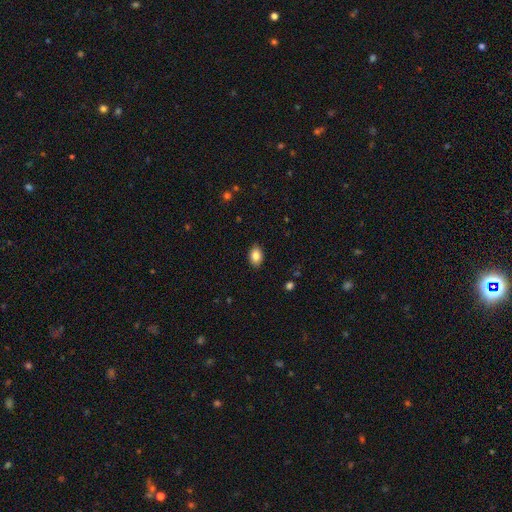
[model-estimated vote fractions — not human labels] A smooth galaxy with no disk features (86%) that is in between round and cigar-shaped (83%).

Vote fractions:
- Smooth or featured? smooth: 86% / star or artifact: 8% / featured or disk: 6%
- How rounded? in between: 83% / round: 16% / cigar-shaped: 1%
- Merging? none: 88% / minor disturbance: 9% / major disturbance: 2% / merger: 1%